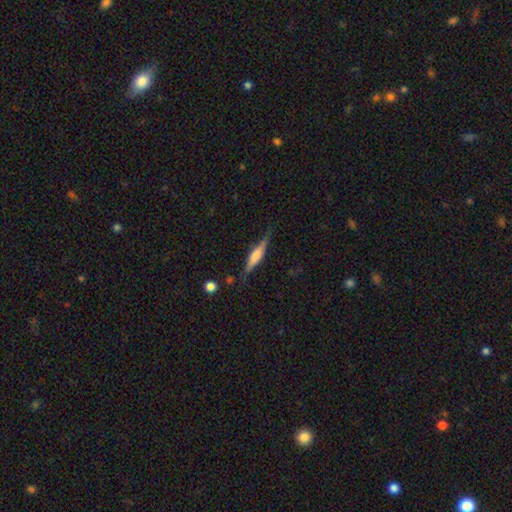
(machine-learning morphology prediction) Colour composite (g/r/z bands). It shows a featured or disk galaxy (52%) viewed edge-on (94%). Merging: none (74%).